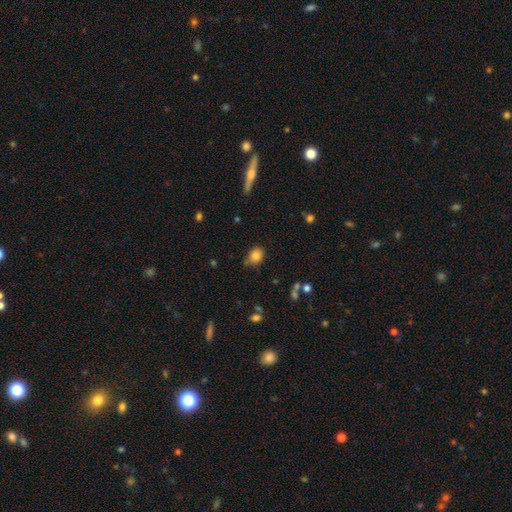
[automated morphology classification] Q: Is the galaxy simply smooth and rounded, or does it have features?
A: smooth — 83%.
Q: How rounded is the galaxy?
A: in between — 58%.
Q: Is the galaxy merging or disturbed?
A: none — 64%.